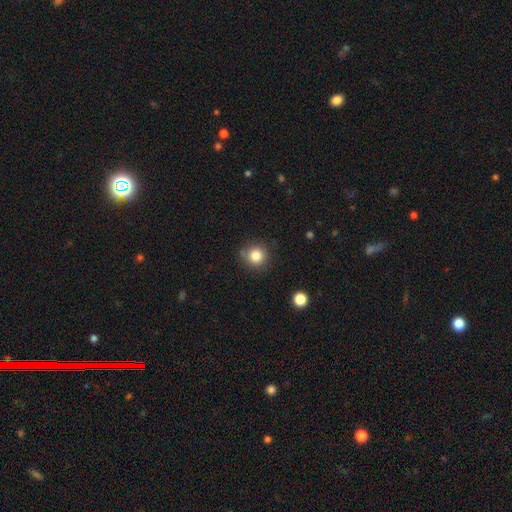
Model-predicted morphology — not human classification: Smooth or featured? smooth (82%)
How rounded? round (93%)
Merging? none (82%)